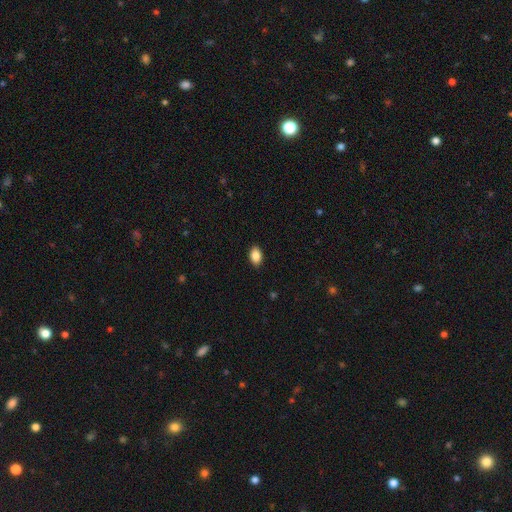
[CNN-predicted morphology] Smooth or featured? Predicted: smooth (p=0.87). How rounded? Predicted: in between (p=0.89). Merging? Predicted: none (p=0.89).